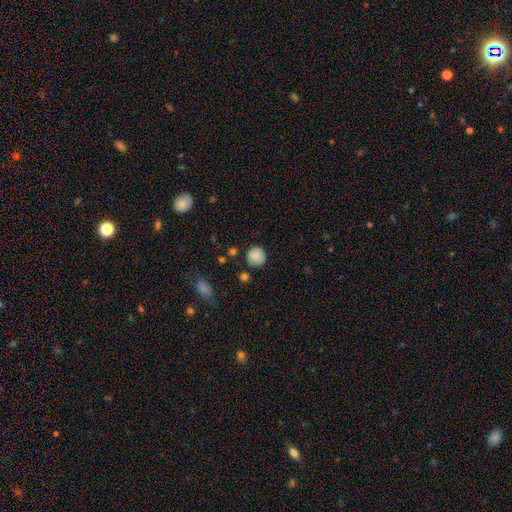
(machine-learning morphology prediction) Overall: smooth (83%). How rounded: round (91%). Merging: none (77%).